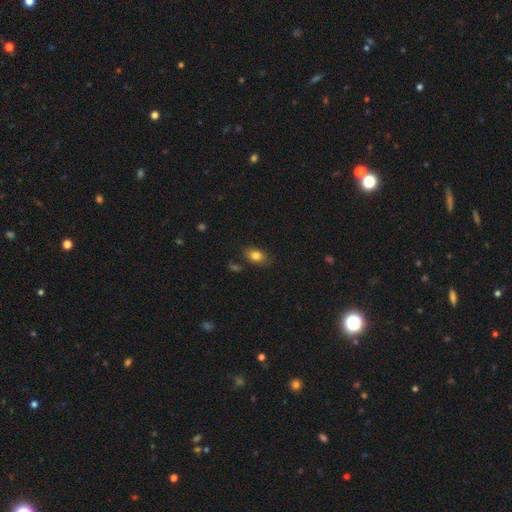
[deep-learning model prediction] Q: Smooth or featured?
A: smooth (82%); runner-up: star or artifact (9%)
Q: How rounded?
A: in between (84%); runner-up: round (14%)
Q: Merging?
A: none (80%); runner-up: minor disturbance (14%)